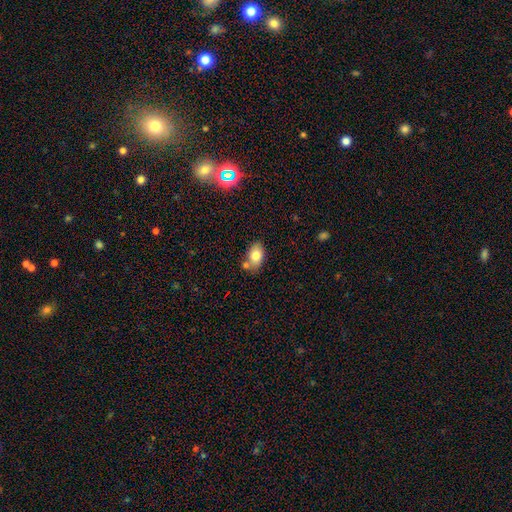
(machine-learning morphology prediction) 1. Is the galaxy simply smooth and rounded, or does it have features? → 78% smooth, 13% featured or disk, 9% star or artifact.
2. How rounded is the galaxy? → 85% in between, 14% round, 1% cigar-shaped.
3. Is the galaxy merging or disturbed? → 66% none, 16% minor disturbance, 15% merger, 4% major disturbance.